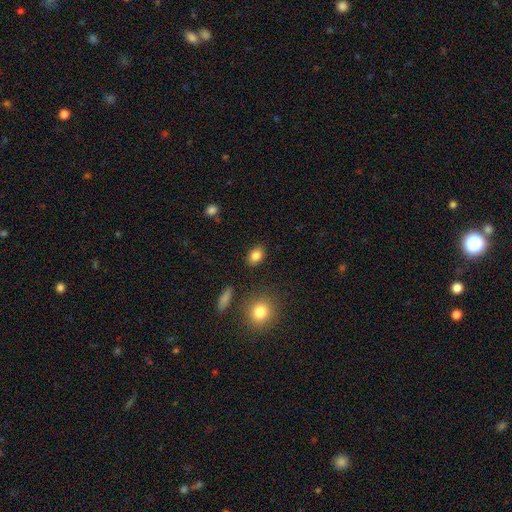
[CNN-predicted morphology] Smooth or featured? Predicted: smooth (p=0.84). How rounded? Predicted: in between (p=0.75). Merging? Predicted: none (p=0.87).